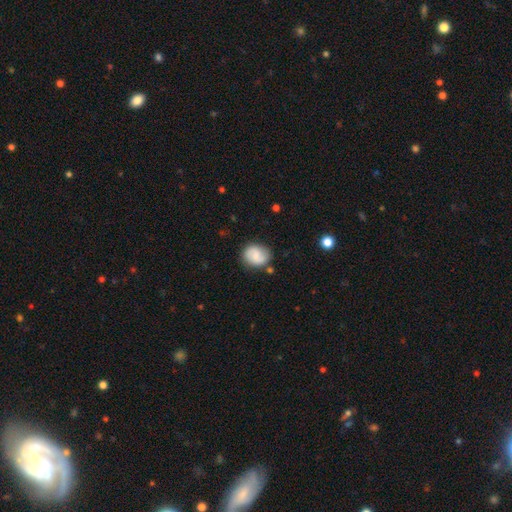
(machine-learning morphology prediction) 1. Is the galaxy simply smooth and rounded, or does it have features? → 58% smooth, 34% featured or disk, 8% star or artifact.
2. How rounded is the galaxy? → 65% round, 34% in between, 1% cigar-shaped.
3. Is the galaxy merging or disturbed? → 77% none, 16% minor disturbance, 4% major disturbance, 3% merger.